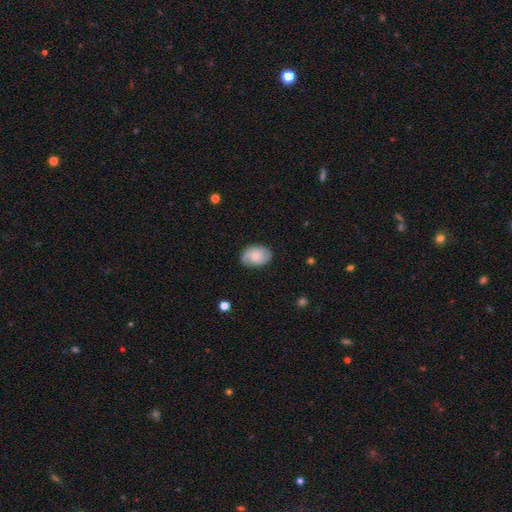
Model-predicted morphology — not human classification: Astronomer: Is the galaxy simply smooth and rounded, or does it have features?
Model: smooth — 62%.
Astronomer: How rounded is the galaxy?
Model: in between — 81%.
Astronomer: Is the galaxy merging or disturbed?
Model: none — 78%.